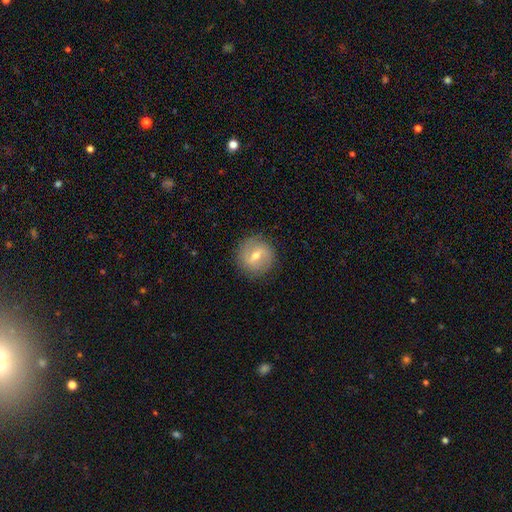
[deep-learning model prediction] A featured or disk galaxy (63%) with a weak bar (52%), spiral arms (69%) and a moderate central bulge (64%). Merging: none (85%).